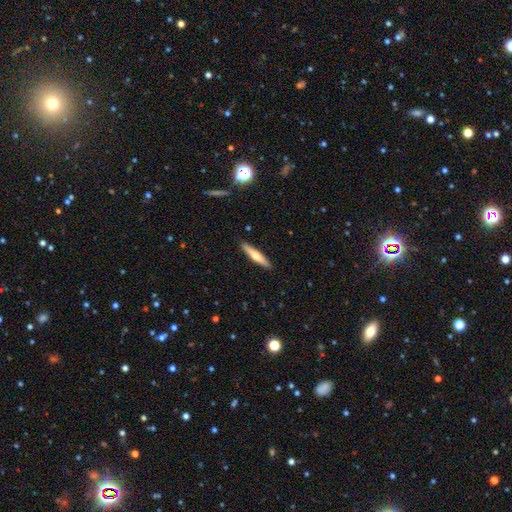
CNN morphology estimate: type=smooth (49%); merging=none (91%).